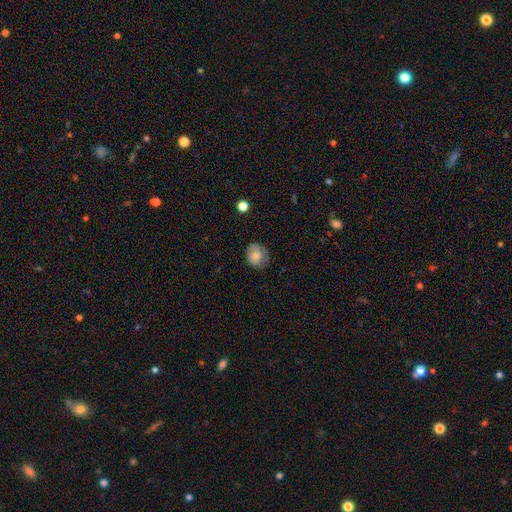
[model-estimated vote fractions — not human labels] Smooth or featured?
  - smooth: 79% *
  - featured or disk: 12%
  - star or artifact: 9%
How rounded?
  - round: 70% *
  - in between: 29%
  - cigar-shaped: 1%
Merging?
  - none: 69% *
  - minor disturbance: 23%
  - major disturbance: 7%
  - merger: 1%